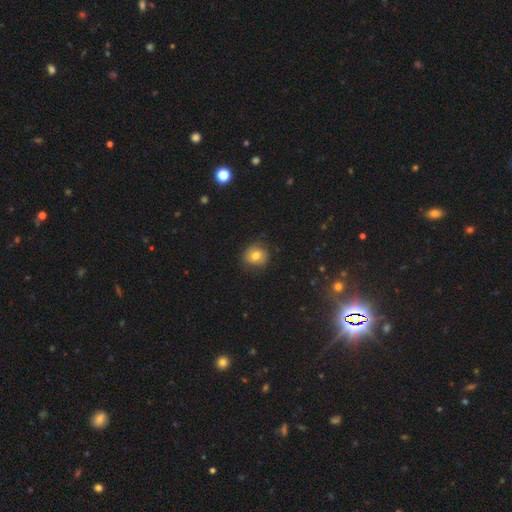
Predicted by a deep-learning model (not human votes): Smooth or featured: smooth — 71% (featured or disk — 18%)
How rounded: round — 80% (in between — 19%)
Merging: none — 76% (minor disturbance — 17%)